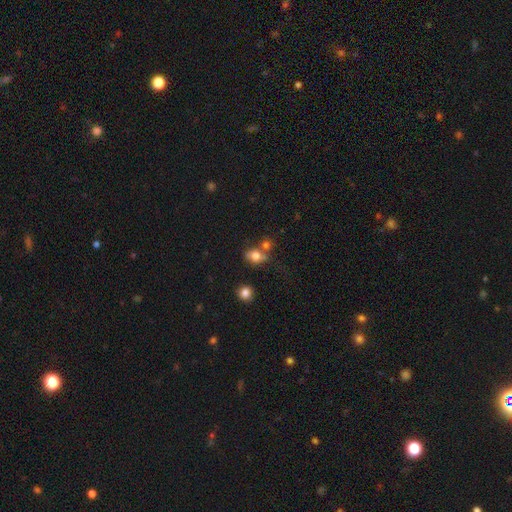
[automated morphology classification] Q: Smooth or featured?
A: smooth (75%); runner-up: featured or disk (13%)
Q: How rounded?
A: in between (50%); runner-up: round (49%)
Q: Merging?
A: none (46%); runner-up: merger (32%)